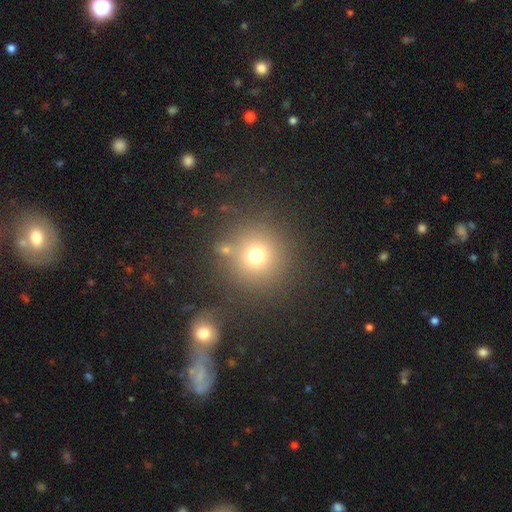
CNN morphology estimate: smooth-or-featured: smooth: 73% | star or artifact: 17% | featured or disk: 10%
  how-rounded: round: 93% | in between: 6% | cigar-shaped: 1%
  merging: none: 78% | minor disturbance: 9% | merger: 9% | major disturbance: 5%